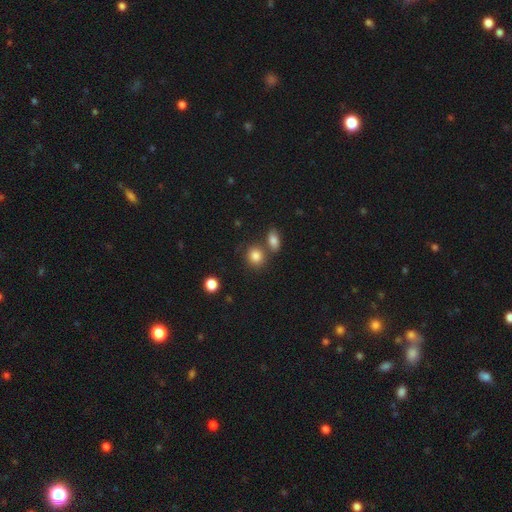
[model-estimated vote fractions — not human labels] Morphology: type=smooth (84%); roundness=round (72%); merging=none (64%).